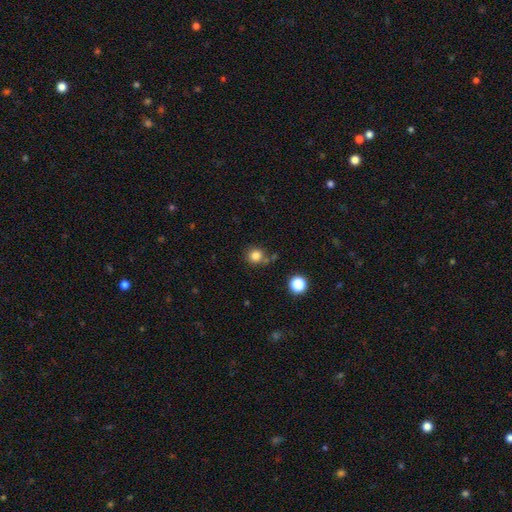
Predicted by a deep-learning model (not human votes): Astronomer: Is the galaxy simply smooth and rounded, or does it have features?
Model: smooth — 82%.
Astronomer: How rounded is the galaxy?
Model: round — 91%.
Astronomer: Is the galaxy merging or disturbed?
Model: none — 73%.